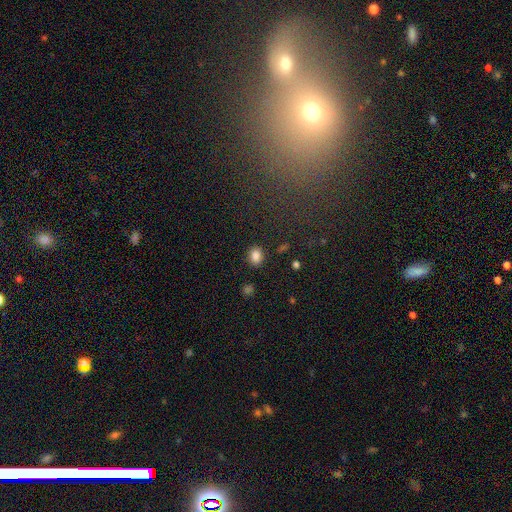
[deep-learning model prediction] smooth_or_featured: smooth (p=0.85) [alt: star or artifact p=0.11]
how_rounded: round (p=0.50) [alt: in between p=0.49]
merging: none (p=0.86) [alt: minor disturbance p=0.09]